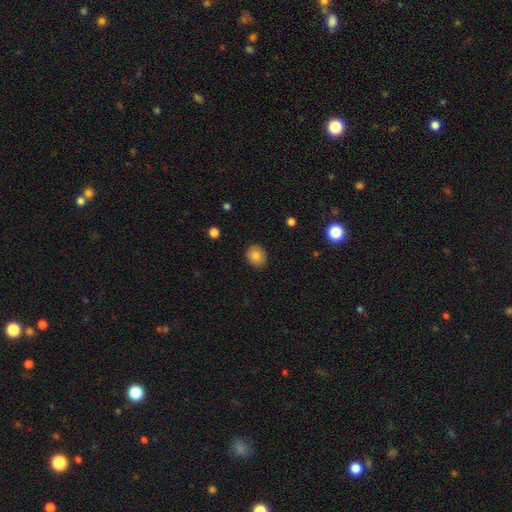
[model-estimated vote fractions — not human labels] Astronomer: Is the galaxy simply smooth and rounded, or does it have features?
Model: smooth — 81%.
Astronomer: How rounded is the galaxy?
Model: round — 63%.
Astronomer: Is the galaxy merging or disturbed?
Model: none — 89%.